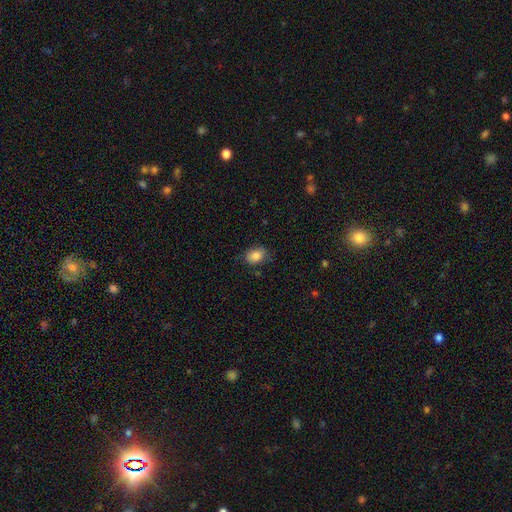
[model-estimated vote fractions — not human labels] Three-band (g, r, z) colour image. It shows a smooth galaxy with no disk features (86%) that is in between round and cigar-shaped (74%). Merging: none (77%).